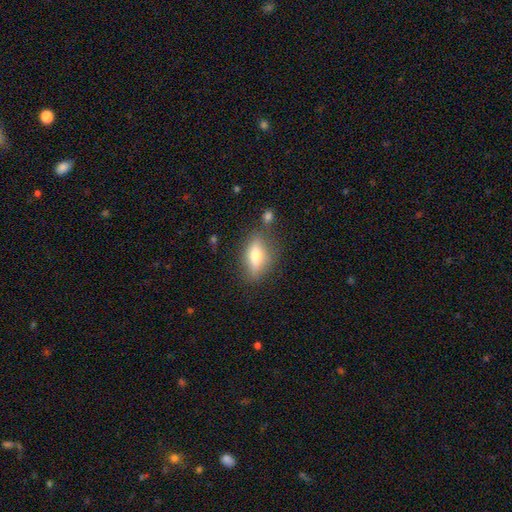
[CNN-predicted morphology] A smooth galaxy with no disk features (52%) that is in between round and cigar-shaped (66%).

Vote fractions:
- Smooth or featured? smooth: 52% / featured or disk: 39% / star or artifact: 8%
- How rounded? in between: 66% / cigar-shaped: 29% / round: 6%
- Merging? none: 74% / minor disturbance: 16% / major disturbance: 5% / merger: 5%